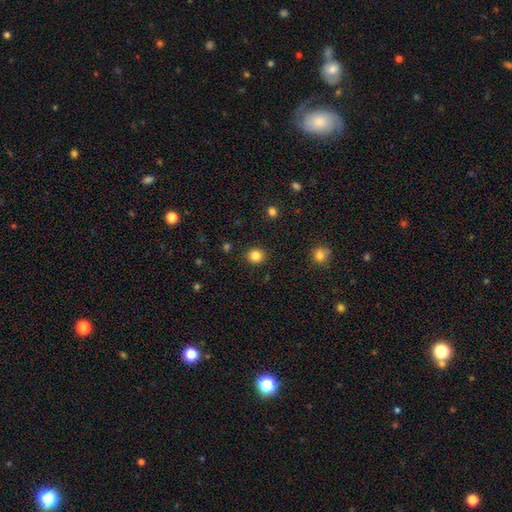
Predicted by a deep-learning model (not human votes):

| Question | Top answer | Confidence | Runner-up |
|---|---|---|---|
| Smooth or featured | smooth | 84% | star or artifact (11%) |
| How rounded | round | 86% | in between (14%) |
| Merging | none | 91% | minor disturbance (6%) |